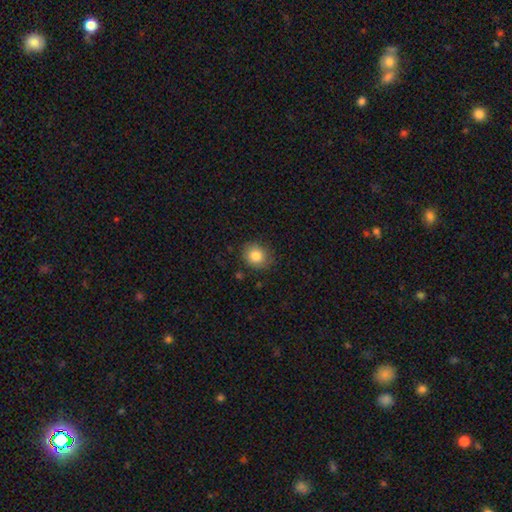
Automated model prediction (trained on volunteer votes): The model was most divided on "how rounded": round: 69%, in between: 30%, cigar-shaped: 1%. More confident: merging — none (84%); smooth or featured — smooth (83%).